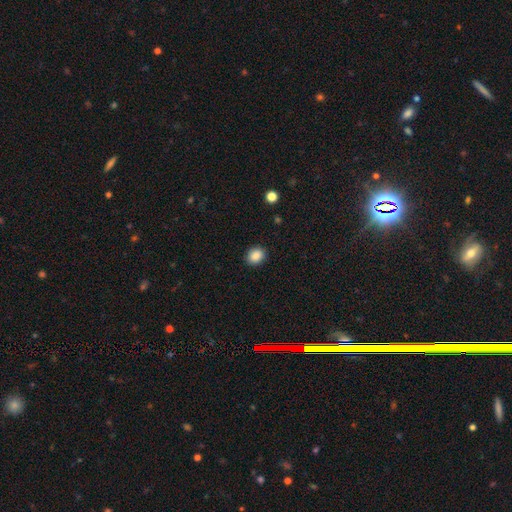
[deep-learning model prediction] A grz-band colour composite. It shows a smooth galaxy with no disk features (87%) that is round (58%). Merging: none (90%).